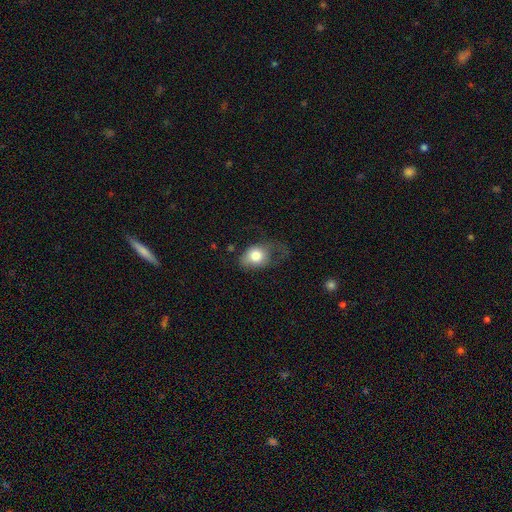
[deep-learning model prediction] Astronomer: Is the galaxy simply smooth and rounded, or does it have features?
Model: smooth — 76%.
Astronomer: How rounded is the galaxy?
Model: in between — 63%.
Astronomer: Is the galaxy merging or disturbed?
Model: major disturbance — 41% (runner-up: none, 28%).